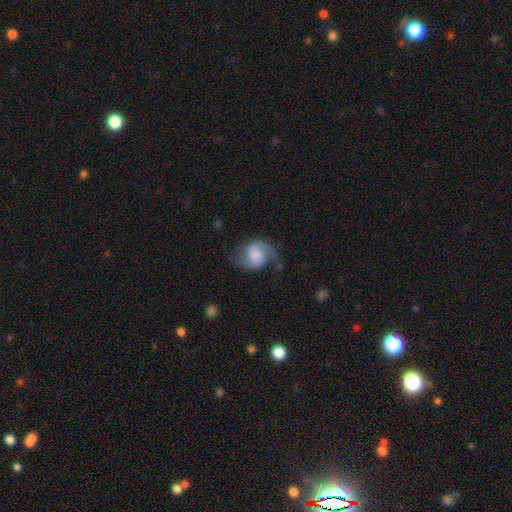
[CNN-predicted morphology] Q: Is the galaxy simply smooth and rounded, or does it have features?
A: featured or disk — 71%.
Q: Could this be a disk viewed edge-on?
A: no — 98%.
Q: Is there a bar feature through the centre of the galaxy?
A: no — 64%.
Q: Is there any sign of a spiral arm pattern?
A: yes — 95%.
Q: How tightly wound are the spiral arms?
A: loose — 47%.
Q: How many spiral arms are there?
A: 2 — 76%.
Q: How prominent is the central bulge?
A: none — 31%.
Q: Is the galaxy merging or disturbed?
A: none — 54%.